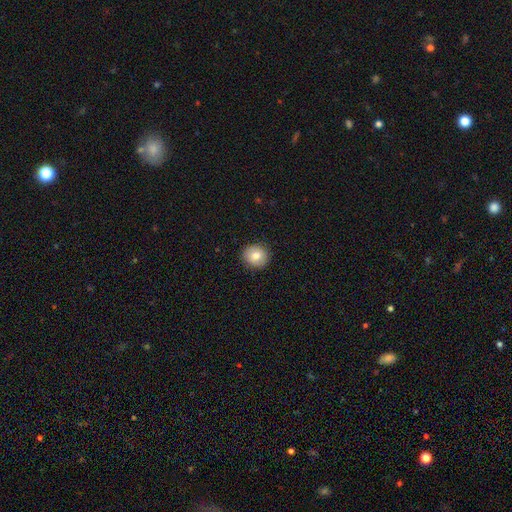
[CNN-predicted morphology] smooth 79%, featured or disk 12%, star or artifact 9%. Down the decision tree: how rounded — round (86%); merging — none (89%).